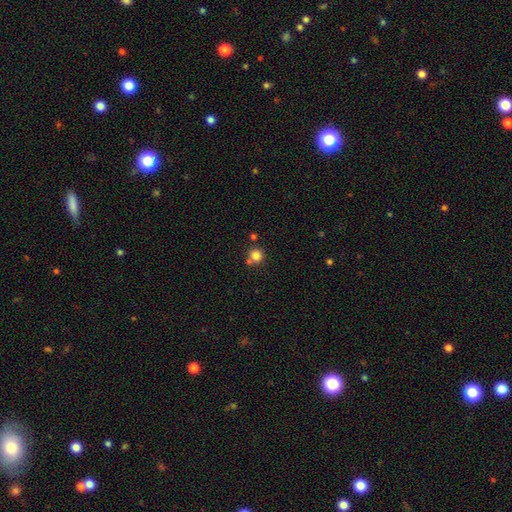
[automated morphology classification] The model was most divided on "merging": none: 71%, merger: 18%, minor disturbance: 9%, major disturbance: 3%. More confident: how rounded — round (92%); smooth or featured — smooth (82%).